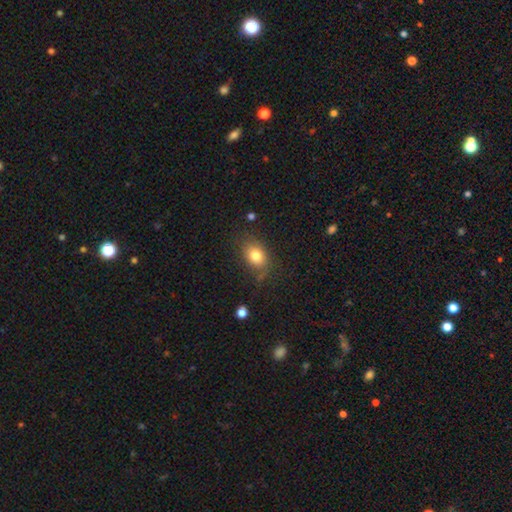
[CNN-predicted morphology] This appears to be a smooth galaxy with no disk features (80%) that is in between round and cigar-shaped (70%). Merging: none (73%).